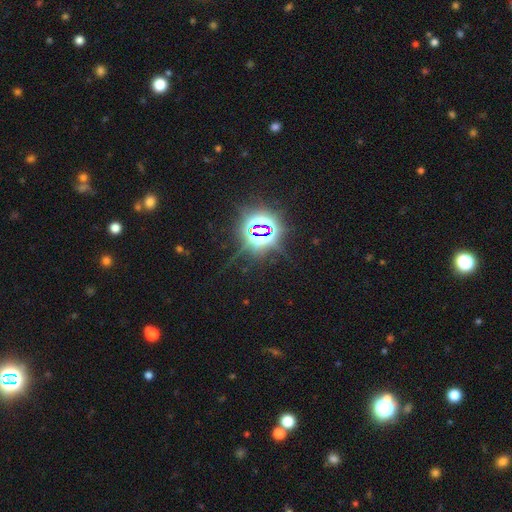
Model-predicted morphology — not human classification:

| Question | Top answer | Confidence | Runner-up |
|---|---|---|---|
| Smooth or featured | star or artifact | 81% | smooth (13%) |